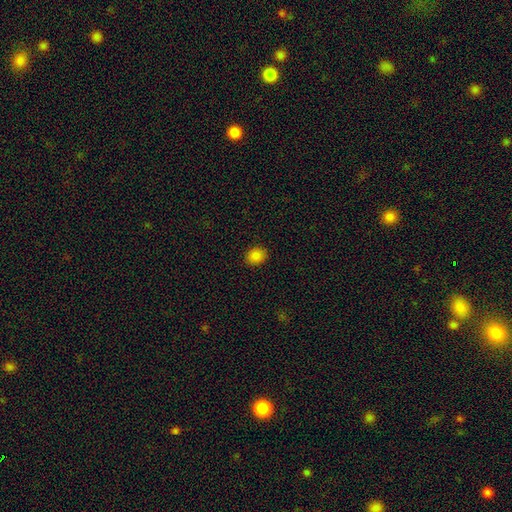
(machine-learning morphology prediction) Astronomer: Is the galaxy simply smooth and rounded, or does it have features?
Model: smooth — 85%.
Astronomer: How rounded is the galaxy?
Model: round — 63%.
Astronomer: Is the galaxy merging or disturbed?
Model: none — 91%.